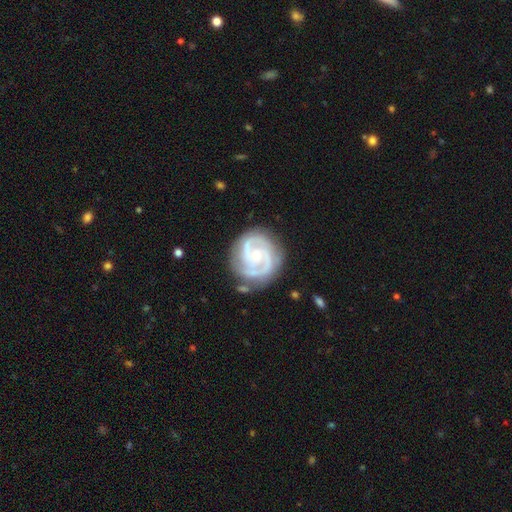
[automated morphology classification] Overall: featured or disk (90%). Edge-on disk: no (98%). Bar: no (58%; weak 32%). Spiral arms: yes (98%). Spiral arm count: 2 (75%). Spiral winding: tight (63%; medium 32%). Bulge size: small (69%). Merging: none (76%).